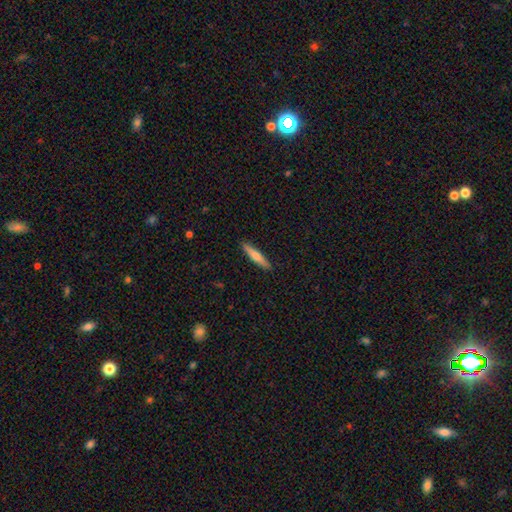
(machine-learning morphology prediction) The model was most divided on "smooth or featured": smooth: 59%, featured or disk: 35%, star or artifact: 5%. More confident: merging — none (91%); how rounded — cigar-shaped (91%).